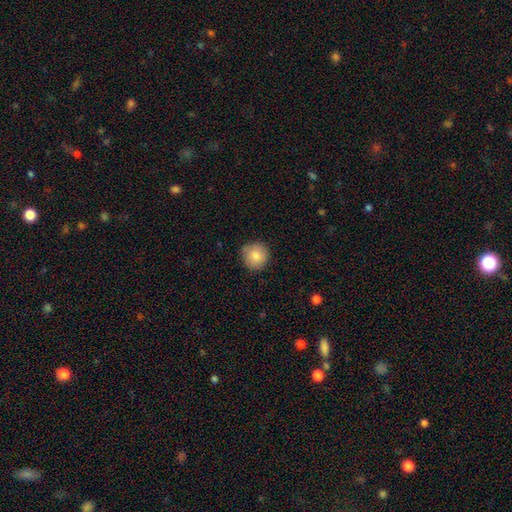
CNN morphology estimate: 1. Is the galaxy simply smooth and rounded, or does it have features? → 84% smooth, 8% featured or disk, 8% star or artifact.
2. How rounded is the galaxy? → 94% round, 5% in between, 1% cigar-shaped.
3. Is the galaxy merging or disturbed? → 85% none, 12% minor disturbance, 2% major disturbance, 1% merger.